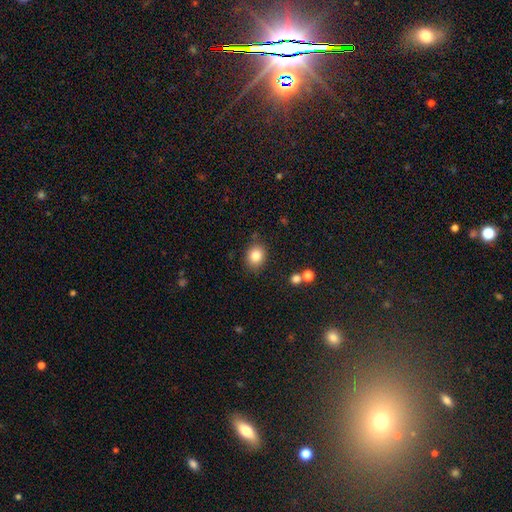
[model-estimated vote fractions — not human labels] Smooth or featured? Predicted: smooth (p=0.83). How rounded? Predicted: round (p=0.60). Merging? Predicted: none (p=0.82).